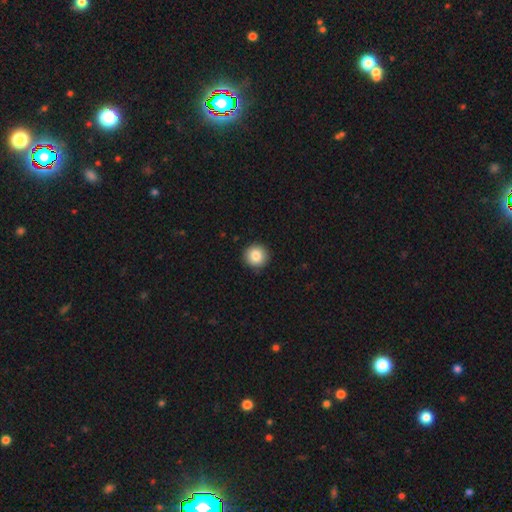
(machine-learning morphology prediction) Smooth or featured?
  - smooth: 85% *
  - star or artifact: 9%
  - featured or disk: 6%
How rounded?
  - round: 95% *
  - in between: 4%
  - cigar-shaped: 1%
Merging?
  - none: 92% *
  - minor disturbance: 6%
  - major disturbance: 2%
  - merger: 1%